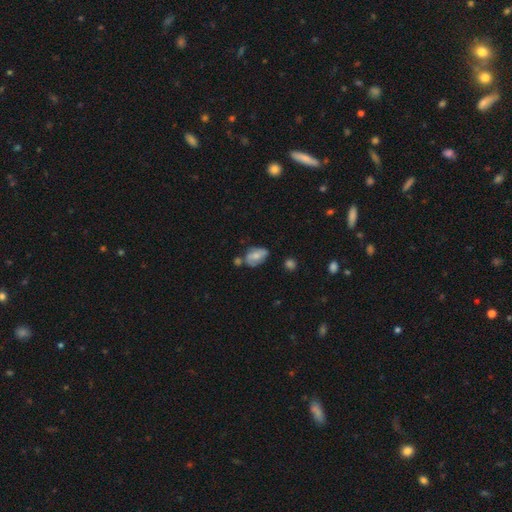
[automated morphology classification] Overall: smooth (60%; featured or disk 31%). How rounded: in between (88%). Merging: none (45%; minor disturbance 30%).